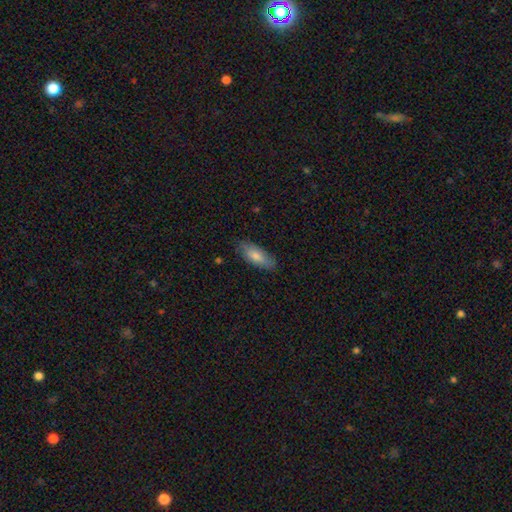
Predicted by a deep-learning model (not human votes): Smooth or featured? smooth (74%)
How rounded? in between (71%)
Merging? none (82%)